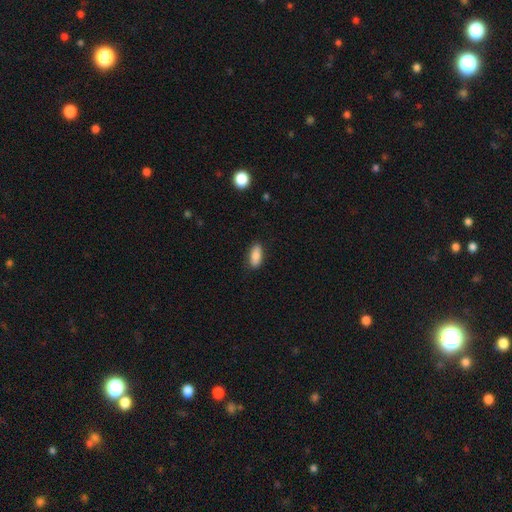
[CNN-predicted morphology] Q: Smooth or featured?
A: smooth (86%); runner-up: featured or disk (7%)
Q: How rounded?
A: in between (84%); runner-up: cigar-shaped (13%)
Q: Merging?
A: none (86%); runner-up: minor disturbance (11%)